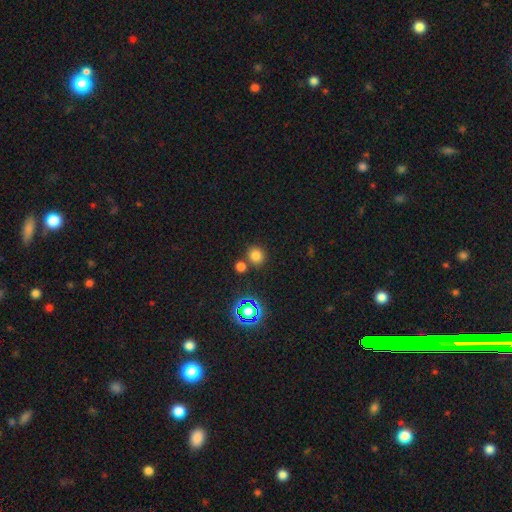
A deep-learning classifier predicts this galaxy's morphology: This appears to be a smooth galaxy with no disk features (75%) that is round (87%). Merging: none (73%).